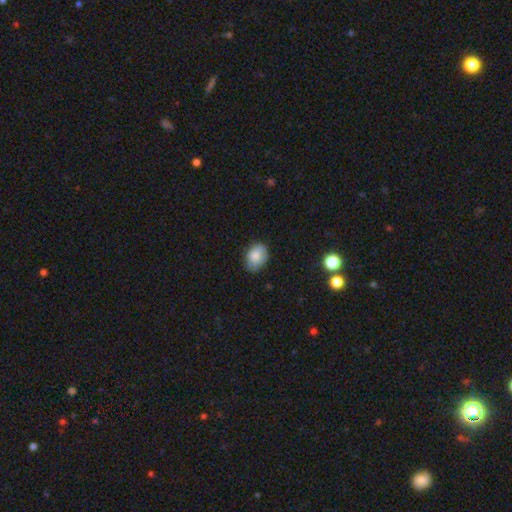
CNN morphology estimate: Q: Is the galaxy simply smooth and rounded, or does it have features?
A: smooth — 82%.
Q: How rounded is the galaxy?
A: in between — 75%.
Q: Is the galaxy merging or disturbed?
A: none — 70%.